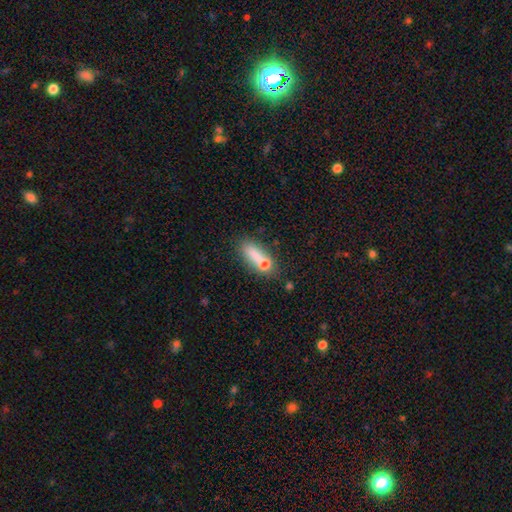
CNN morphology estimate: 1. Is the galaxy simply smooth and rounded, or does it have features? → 70% smooth, 19% featured or disk, 11% star or artifact.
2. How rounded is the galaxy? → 63% in between, 28% cigar-shaped, 10% round.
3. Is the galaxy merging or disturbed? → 45% none, 30% merger, 16% minor disturbance, 9% major disturbance.